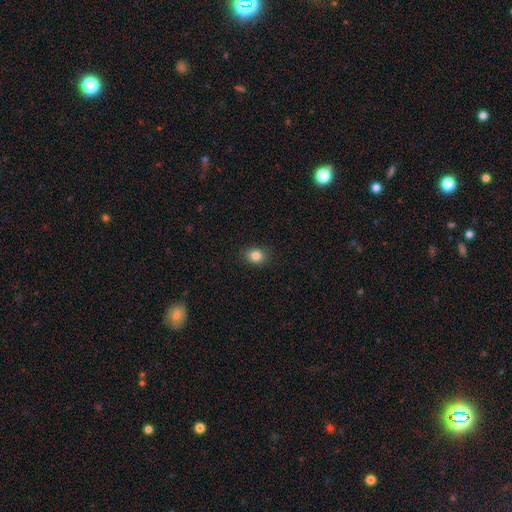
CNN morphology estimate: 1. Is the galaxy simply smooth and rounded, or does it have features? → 83% smooth, 11% star or artifact, 6% featured or disk.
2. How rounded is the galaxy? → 54% round, 45% in between, 1% cigar-shaped.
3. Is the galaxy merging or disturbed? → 88% none, 9% minor disturbance, 2% major disturbance, 1% merger.